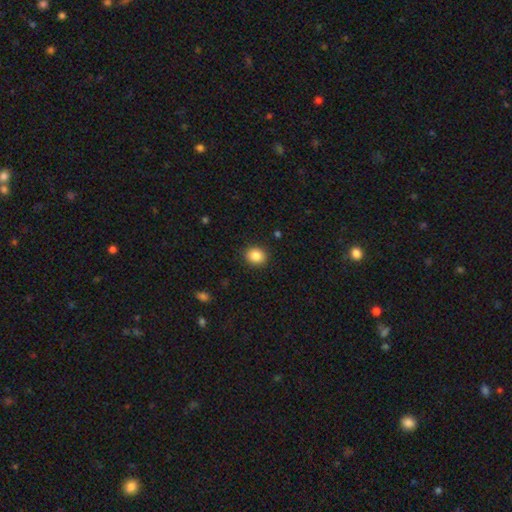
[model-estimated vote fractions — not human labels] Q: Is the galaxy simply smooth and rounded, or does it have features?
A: smooth — 86%.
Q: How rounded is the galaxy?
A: round — 75%.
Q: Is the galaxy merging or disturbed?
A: none — 90%.